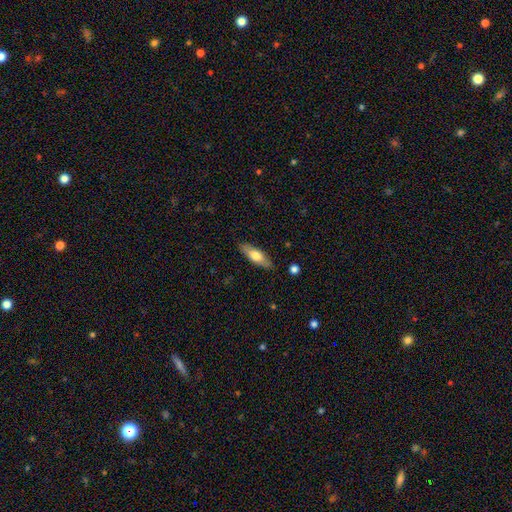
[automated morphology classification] The model was most divided on "how rounded": in between: 60%, cigar-shaped: 38%, round: 2%. More confident: merging — none (85%); smooth or featured — smooth (63%).